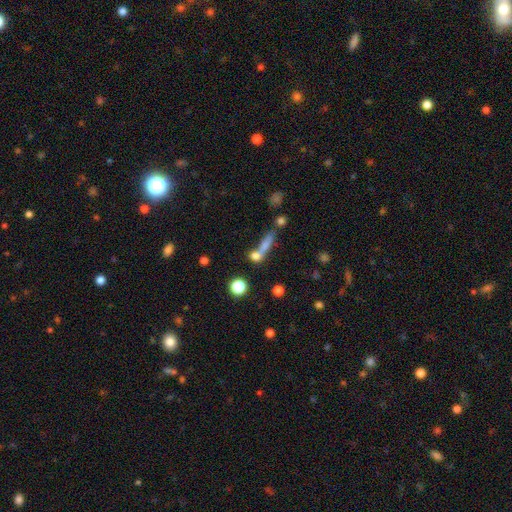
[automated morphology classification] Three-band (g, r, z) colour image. It shows a smooth galaxy with no disk features (66%) that is cigar-shaped (38%). Merging: none (41%, tied with merger).